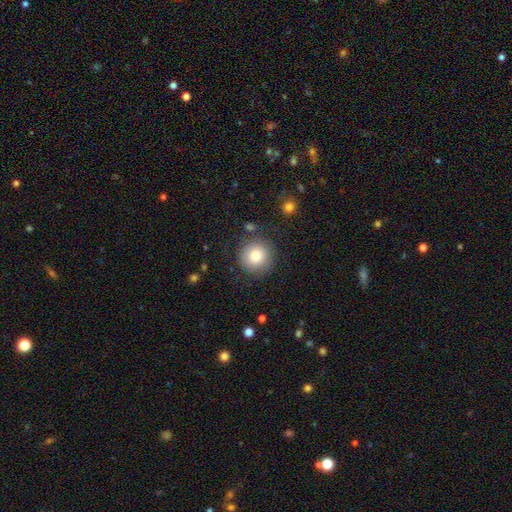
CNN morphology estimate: A smooth galaxy with no disk features (80%) that is round (94%). Merging: none (82%).